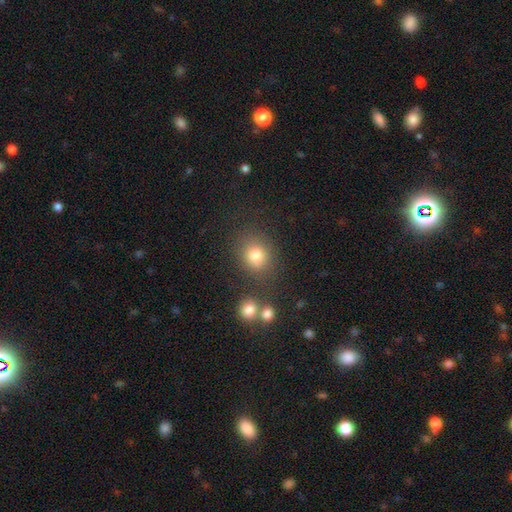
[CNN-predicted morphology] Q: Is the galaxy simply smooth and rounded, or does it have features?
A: smooth — 79%.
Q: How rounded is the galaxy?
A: round — 73%.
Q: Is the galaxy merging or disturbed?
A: none — 72%.